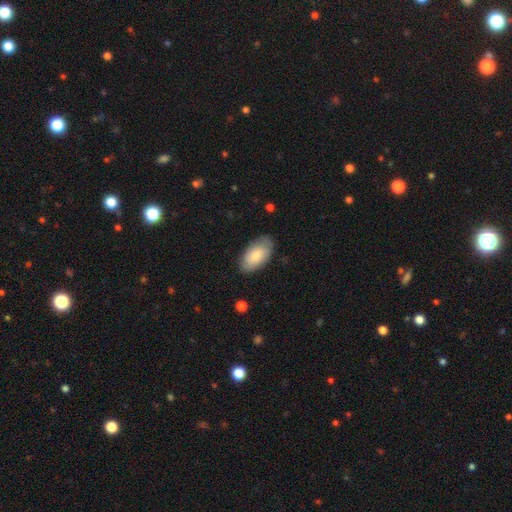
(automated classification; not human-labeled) This is likely a smooth galaxy (72%). How rounded: clearly in between (95%). Merging: likely none (79%).